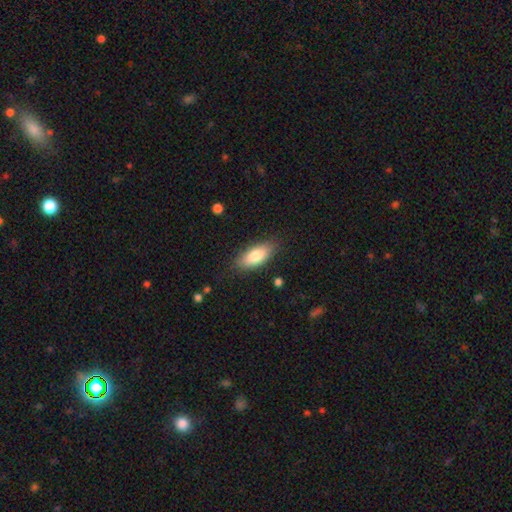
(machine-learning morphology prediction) This appears to be a smooth galaxy with no disk features (81%) that is in between round and cigar-shaped (82%). Merging: none (83%).